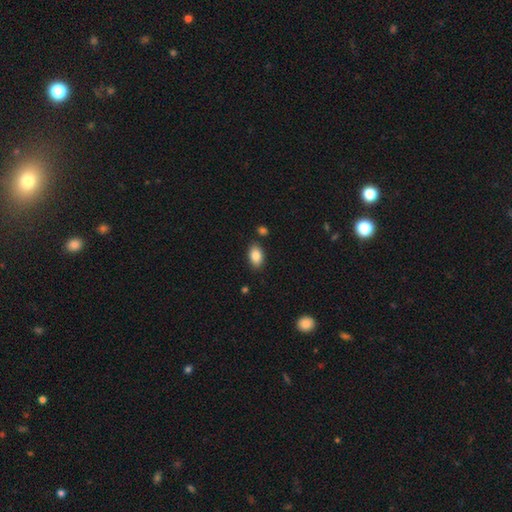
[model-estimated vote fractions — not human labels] Smooth or featured? smooth (87%)
How rounded? in between (91%)
Merging? none (84%)